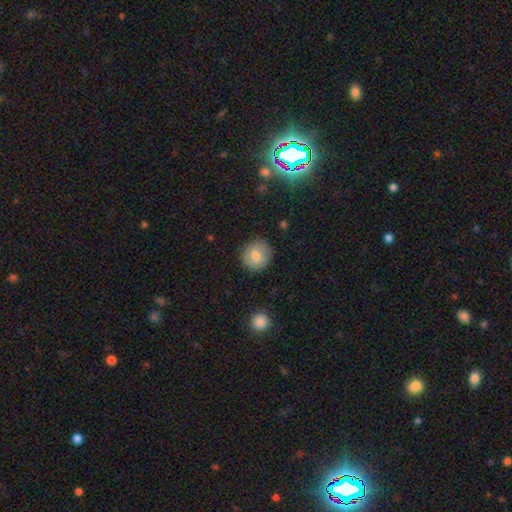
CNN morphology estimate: The model was most divided on "smooth or featured": smooth: 76%, featured or disk: 16%, star or artifact: 8%. More confident: how rounded — round (89%); merging — none (87%).